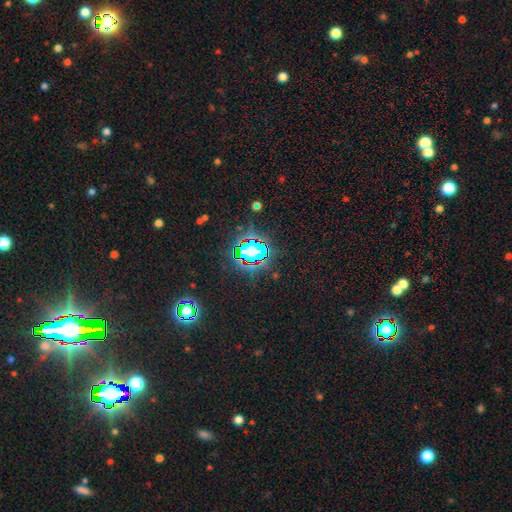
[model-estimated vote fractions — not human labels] smooth-or-featured: star or artifact: 76% | smooth: 15% | featured or disk: 9%